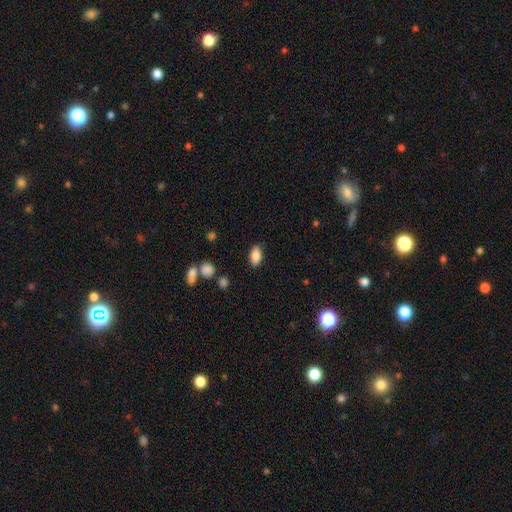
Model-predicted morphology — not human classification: smooth-or-featured: smooth: 85% | star or artifact: 8% | featured or disk: 7%
  how-rounded: in between: 90% | cigar-shaped: 5% | round: 5%
  merging: none: 85% | minor disturbance: 11% | major disturbance: 3% | merger: 2%